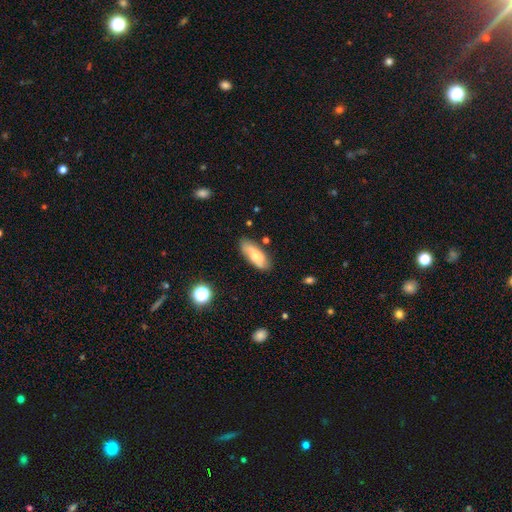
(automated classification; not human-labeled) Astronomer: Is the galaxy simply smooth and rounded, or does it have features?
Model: smooth — 63%.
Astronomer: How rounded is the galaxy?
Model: in between — 76%.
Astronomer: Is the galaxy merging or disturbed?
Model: none — 76%.